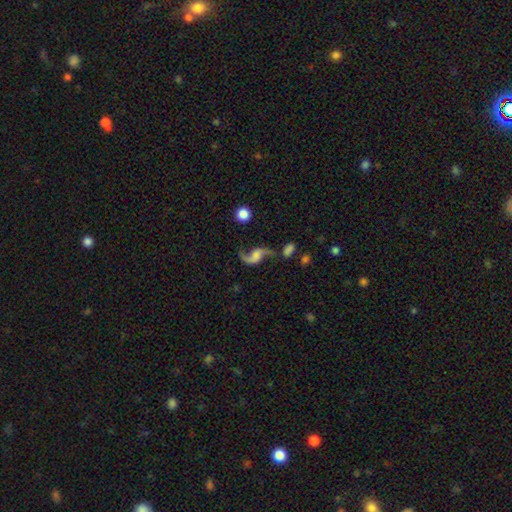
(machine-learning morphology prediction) A featured or disk galaxy (87%) with no bar (55%), 2 (93%) loose (88%) spiral arms (96%) and no central bulge (41%). Merging: none (67%).